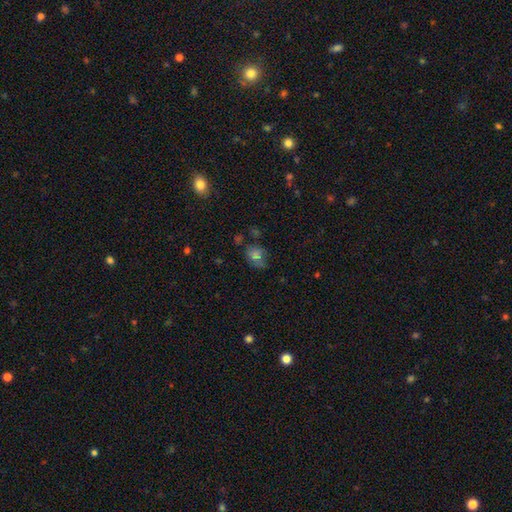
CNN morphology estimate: smooth-or-featured: smooth: 71% | featured or disk: 15% | star or artifact: 14%
  how-rounded: round: 50% | in between: 49% | cigar-shaped: 1%
  merging: none: 53% | minor disturbance: 27% | major disturbance: 12% | merger: 9%